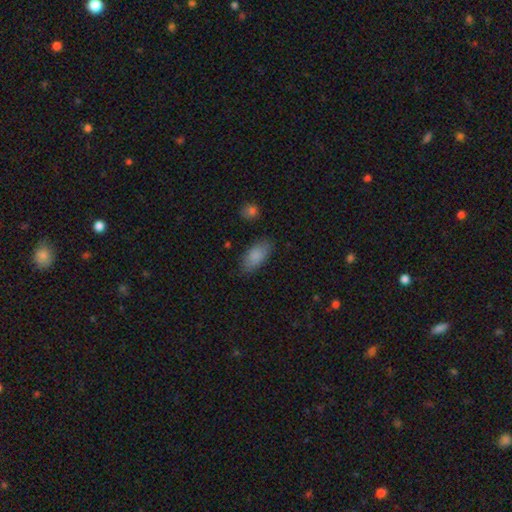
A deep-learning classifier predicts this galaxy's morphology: A smooth galaxy with no disk features (86%) that is in between round and cigar-shaped (91%). Merging: none (80%).